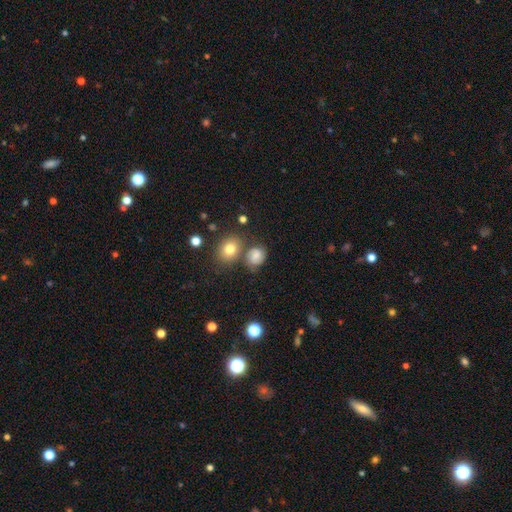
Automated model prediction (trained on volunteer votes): This is likely a smooth galaxy (63%). How rounded: likely round (60%). Merging: likely none (61%).